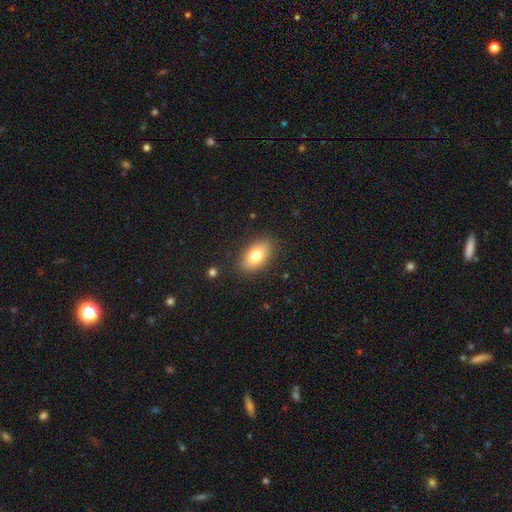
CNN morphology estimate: This appears to be a smooth galaxy with no disk features (77%) that is in between round and cigar-shaped (90%). Merging: none (86%).